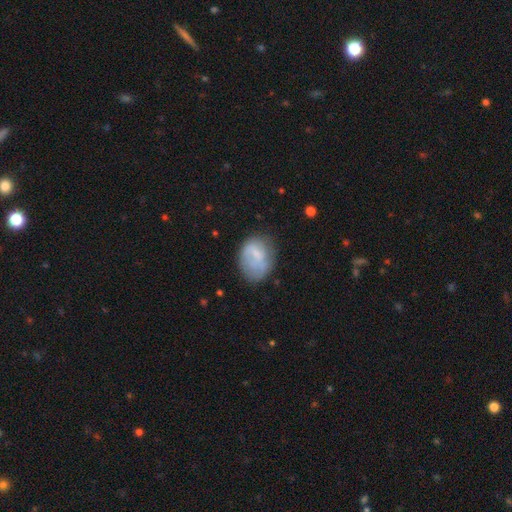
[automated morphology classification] smooth_or_featured: smooth (p=0.59) [alt: featured or disk p=0.33]
how_rounded: in between (p=0.70) [alt: round p=0.29]
merging: none (p=0.52) [alt: minor disturbance p=0.30]